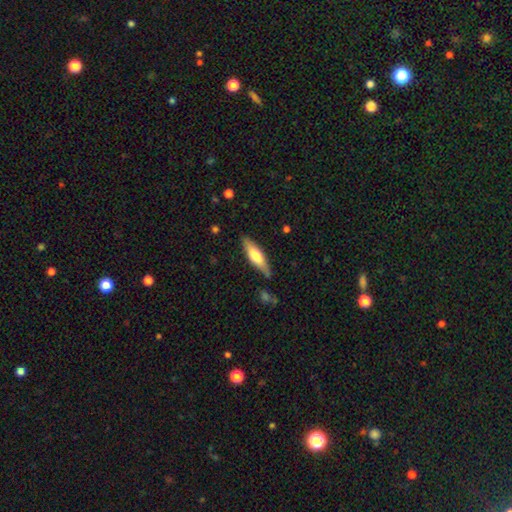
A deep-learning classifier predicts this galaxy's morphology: This appears to be a smooth galaxy with no disk features (56%) that is cigar-shaped (64%). Merging: none (83%).